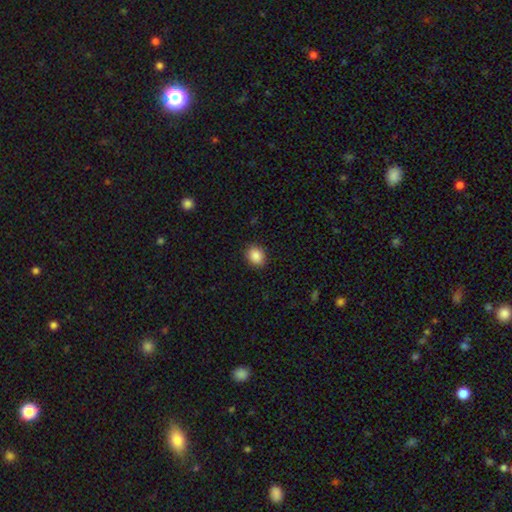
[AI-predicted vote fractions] Smooth or featured?
  - smooth: 88% *
  - star or artifact: 9%
  - featured or disk: 4%
How rounded?
  - round: 58% *
  - in between: 41%
  - cigar-shaped: 1%
Merging?
  - none: 89% *
  - minor disturbance: 8%
  - major disturbance: 2%
  - merger: 1%